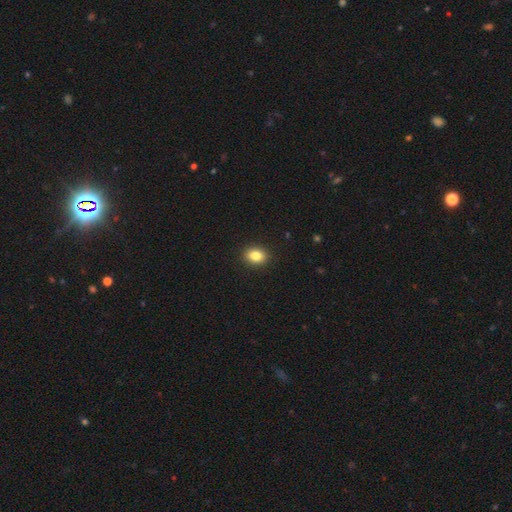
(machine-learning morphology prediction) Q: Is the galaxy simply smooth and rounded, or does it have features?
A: smooth — 84%.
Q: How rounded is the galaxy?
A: in between — 63%.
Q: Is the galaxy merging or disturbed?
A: none — 91%.